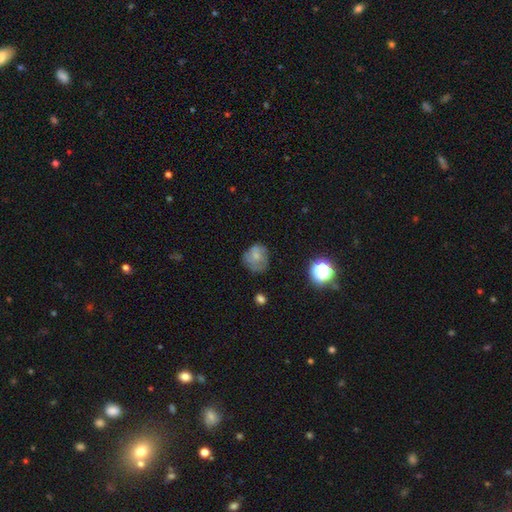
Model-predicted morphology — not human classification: The model was most divided on "merging": none: 58%, minor disturbance: 27%, major disturbance: 13%, merger: 2%. More confident: how rounded — round (74%); smooth or featured — smooth (63%).